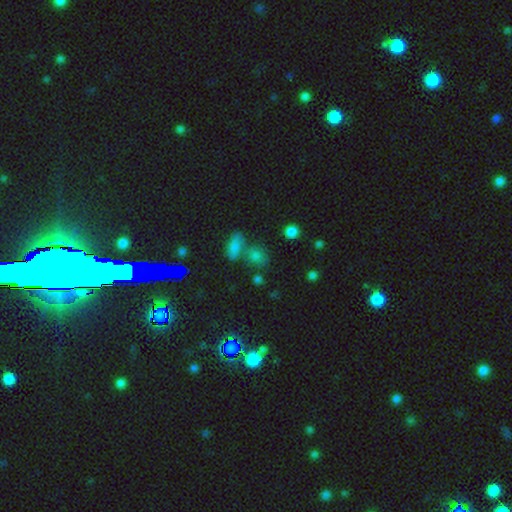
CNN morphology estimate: smooth 67%, star or artifact 22%, featured or disk 11%. Down the decision tree: how rounded — round (51%); merging — none (48%).